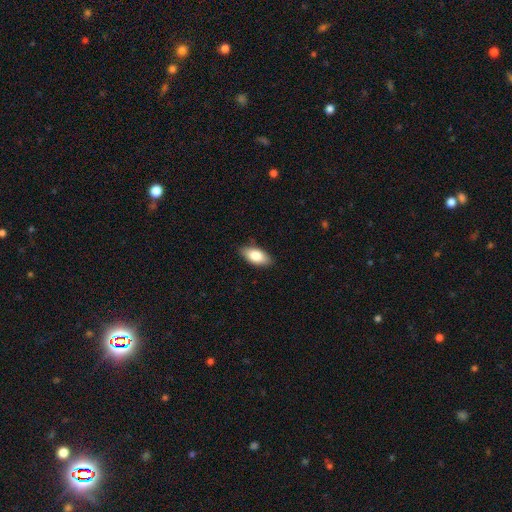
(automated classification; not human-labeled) This appears to be a smooth galaxy with no disk features (82%) that is in between round and cigar-shaped (89%). Merging: none (86%).